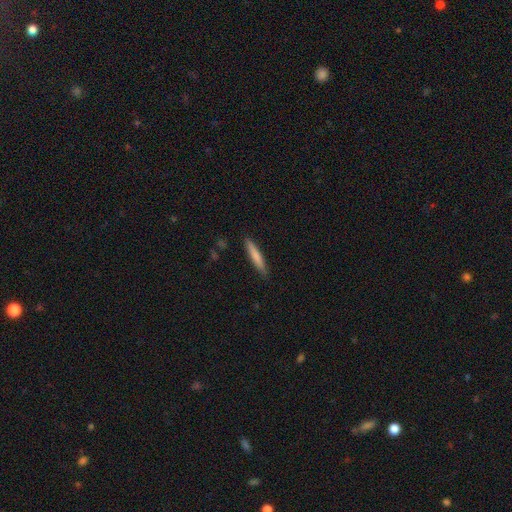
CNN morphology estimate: Overall: smooth (76%). How rounded: cigar-shaped (92%). Merging: none (88%).